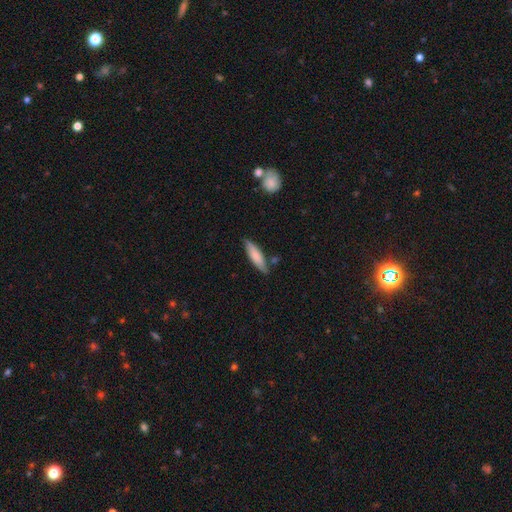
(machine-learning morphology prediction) A smooth galaxy with no disk features (77%) that is cigar-shaped (67%). Merging: none (78%).